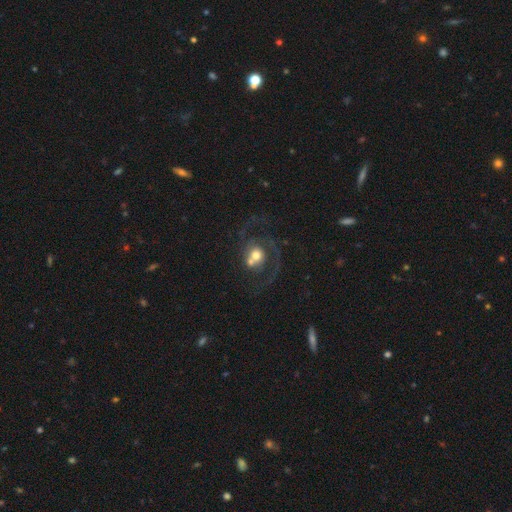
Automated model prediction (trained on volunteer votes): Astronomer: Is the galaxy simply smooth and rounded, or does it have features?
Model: featured or disk — 71%.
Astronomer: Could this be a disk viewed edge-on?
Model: no — 98%.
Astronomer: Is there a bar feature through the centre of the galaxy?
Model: no — 76%.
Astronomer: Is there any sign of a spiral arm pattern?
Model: yes — 87%.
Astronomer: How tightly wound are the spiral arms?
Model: medium — 46% (runner-up: loose, 36%).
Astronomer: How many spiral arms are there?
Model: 2 — 64%.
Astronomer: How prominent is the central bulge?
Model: moderate — 58%.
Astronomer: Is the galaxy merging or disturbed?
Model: merger — 34%, tied with none at 34%.